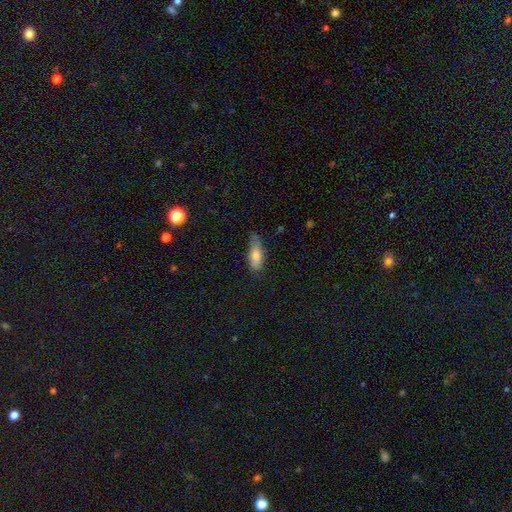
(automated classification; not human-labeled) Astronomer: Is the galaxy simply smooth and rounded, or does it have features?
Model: smooth — 74%.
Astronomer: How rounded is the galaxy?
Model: in between — 63%.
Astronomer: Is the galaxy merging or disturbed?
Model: none — 55% (runner-up: minor disturbance, 34%).